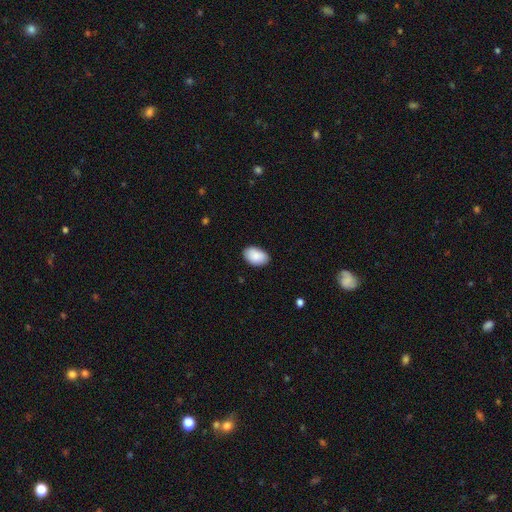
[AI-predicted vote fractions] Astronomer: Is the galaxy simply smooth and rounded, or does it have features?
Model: smooth — 90%.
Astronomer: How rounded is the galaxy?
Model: in between — 92%.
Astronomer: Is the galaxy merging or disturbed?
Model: none — 85%.